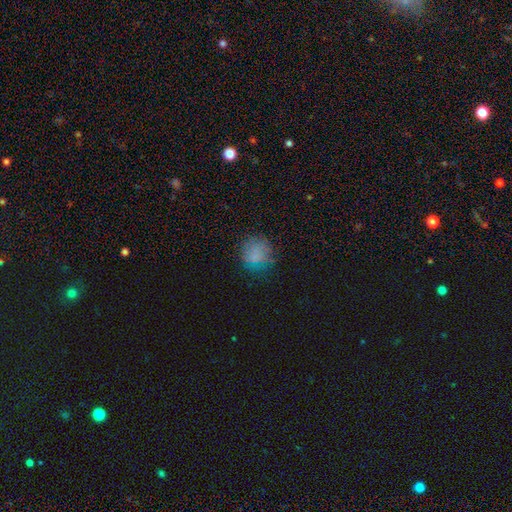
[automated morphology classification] A smooth galaxy with no disk features (73%) that is round (80%). Merging: none (72%).